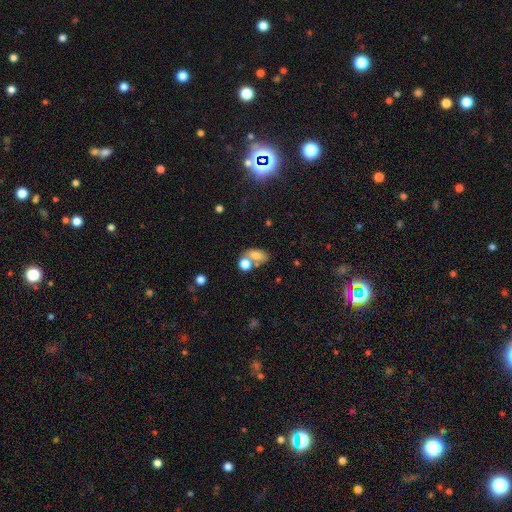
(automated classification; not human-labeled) This is likely a smooth galaxy (74%). How rounded: clearly in between (83%). Merging: marginally none (42%).